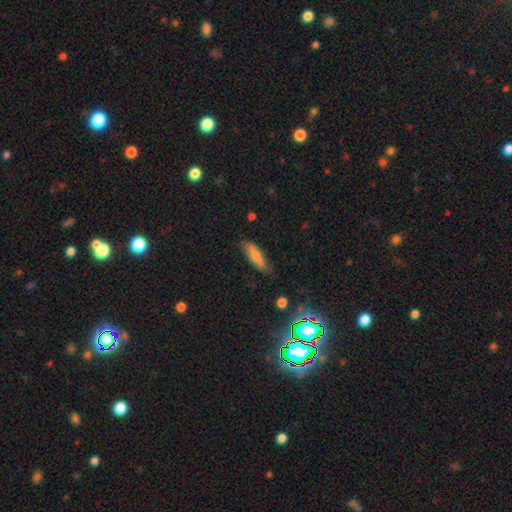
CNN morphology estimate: smooth_or_featured: smooth (p=0.71) [alt: featured or disk p=0.22]
how_rounded: cigar-shaped (p=0.62) [alt: in between p=0.36]
merging: none (p=0.78) [alt: minor disturbance p=0.17]